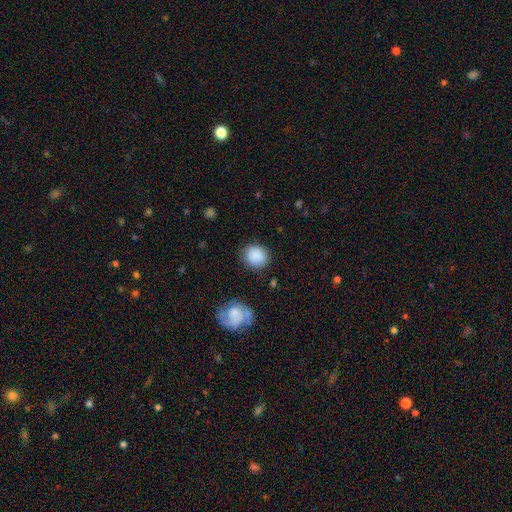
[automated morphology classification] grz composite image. It shows a smooth galaxy with no disk features (88%) that is round (81%). Merging: none (83%).